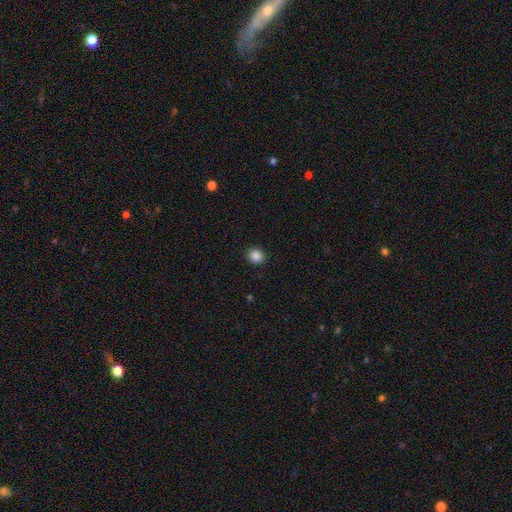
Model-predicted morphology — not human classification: Smooth or featured: smooth — 87% (star or artifact — 10%)
How rounded: round — 78% (in between — 22%)
Merging: none — 90% (minor disturbance — 7%)